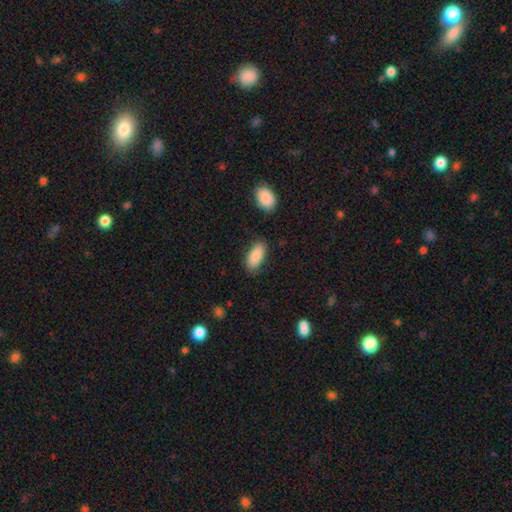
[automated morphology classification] smooth 86%, featured or disk 7%, star or artifact 6%. Down the decision tree: how rounded — in between (89%); merging — none (81%).